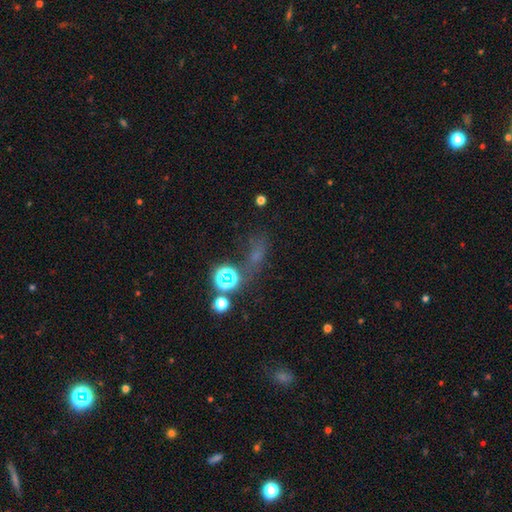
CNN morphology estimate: smooth-or-featured: star or artifact: 45% | smooth: 39% | featured or disk: 16%